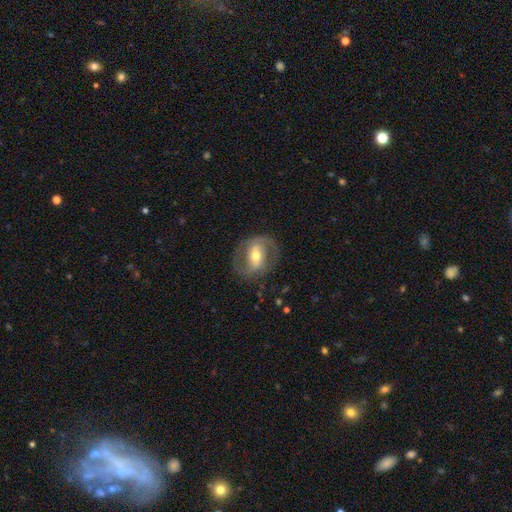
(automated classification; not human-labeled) The model was most divided on "bar": weak: 39%, strong: 38%, no: 23%. More confident: edge-on disk — no (96%); spiral arm count — 2 (87%); spiral arms — yes (85%); merging — none (77%); smooth or featured — featured or disk (77%); bulge size — moderate (67%); spiral winding — medium (51%).